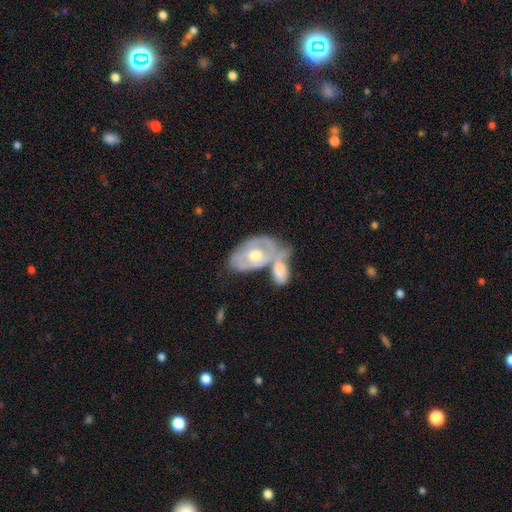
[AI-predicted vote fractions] This is likely a featured or disk galaxy (64%). It is clearly not viewed edge-on (93%). Bar: likely no (78%). Spiral arm pattern: possibly yes (54%). Central bulge: likely moderate (73%). Merging: possibly merger (49%).